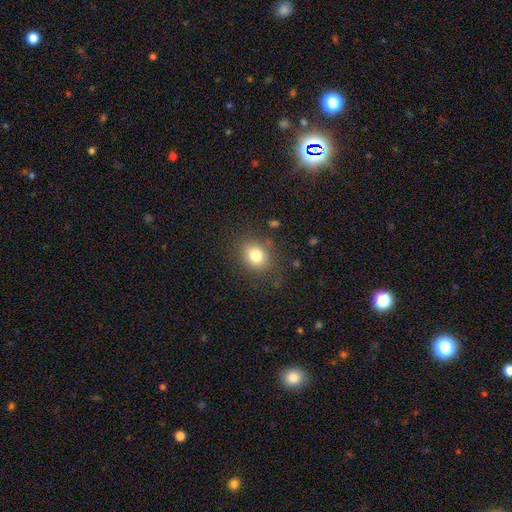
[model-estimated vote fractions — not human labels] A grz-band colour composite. It shows a smooth galaxy with no disk features (80%) that is round (58%). Merging: none (83%).